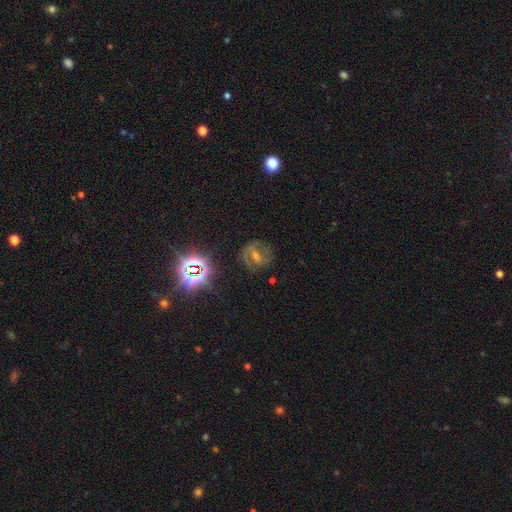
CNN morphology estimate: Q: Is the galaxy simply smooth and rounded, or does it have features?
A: featured or disk — 58%.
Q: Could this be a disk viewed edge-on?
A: no — 95%.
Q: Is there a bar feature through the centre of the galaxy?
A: strong — 43%.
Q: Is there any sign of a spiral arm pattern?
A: yes — 85%.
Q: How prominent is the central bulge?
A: small — 45%.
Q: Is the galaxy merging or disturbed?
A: none — 79%.